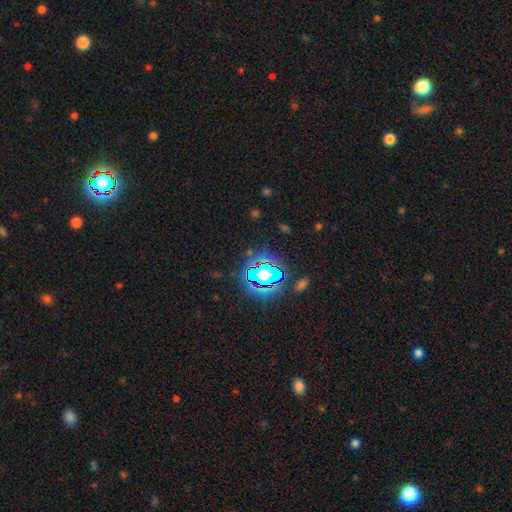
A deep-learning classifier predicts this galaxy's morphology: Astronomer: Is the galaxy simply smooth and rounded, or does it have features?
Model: star or artifact — 82%.